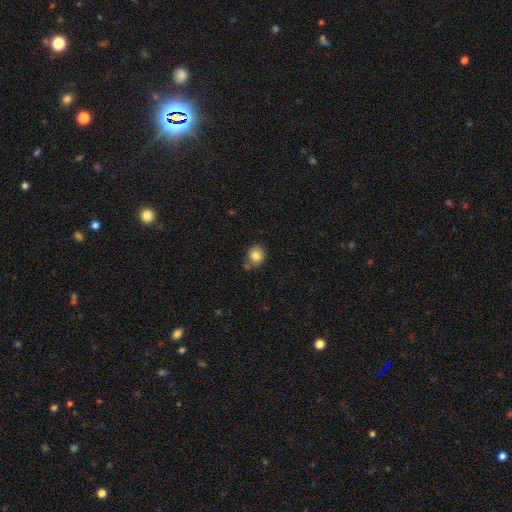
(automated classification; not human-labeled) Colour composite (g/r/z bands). It shows a smooth galaxy with no disk features (82%) that is round (75%). Merging: none (68%).